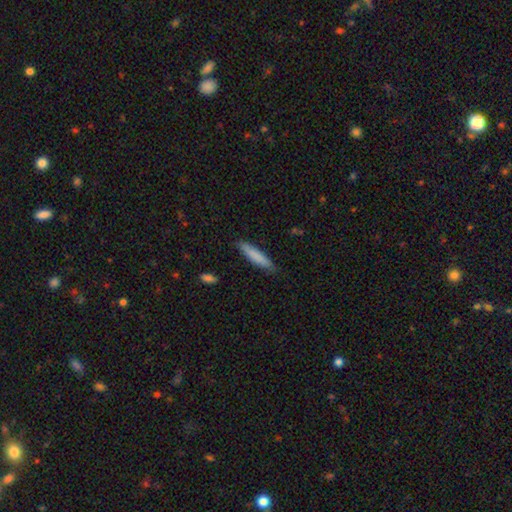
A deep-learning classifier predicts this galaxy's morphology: A smooth galaxy with no disk features (82%) that is cigar-shaped (87%).

Vote fractions:
- Smooth or featured? smooth: 82% / featured or disk: 12% / star or artifact: 6%
- How rounded? cigar-shaped: 87% / in between: 12% / round: 1%
- Merging? none: 86% / minor disturbance: 11% / major disturbance: 2% / merger: 1%